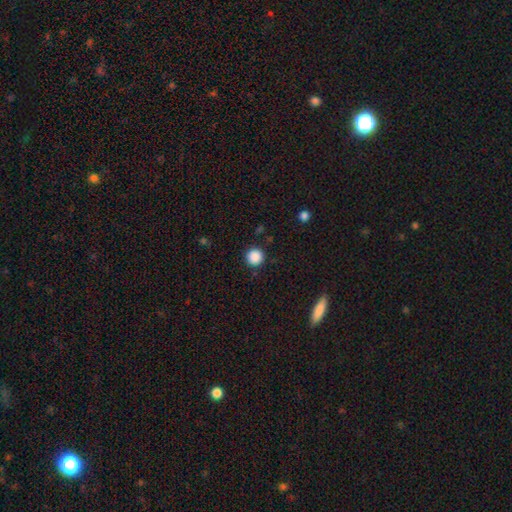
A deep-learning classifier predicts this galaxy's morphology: A smooth galaxy with no disk features (88%) that is round (95%). Merging: none (90%).